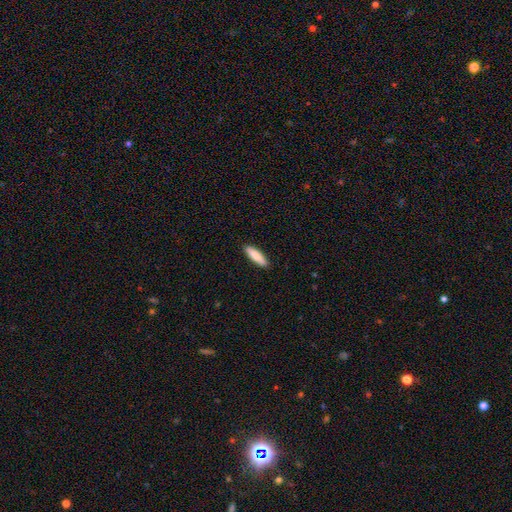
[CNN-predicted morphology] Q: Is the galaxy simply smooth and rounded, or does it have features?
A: smooth — 85%.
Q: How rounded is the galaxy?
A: cigar-shaped — 64%.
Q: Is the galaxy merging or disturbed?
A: none — 91%.